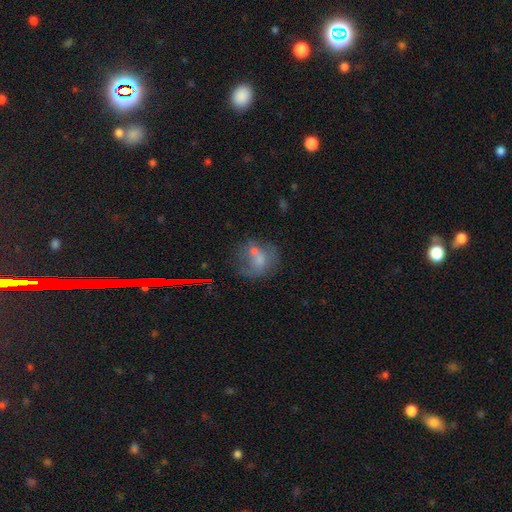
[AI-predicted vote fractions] Smooth or featured?
  - smooth: 43% *
  - featured or disk: 36%
  - star or artifact: 21%
Merging?
  - none: 42% *
  - merger: 24%
  - minor disturbance: 18%
  - major disturbance: 16%